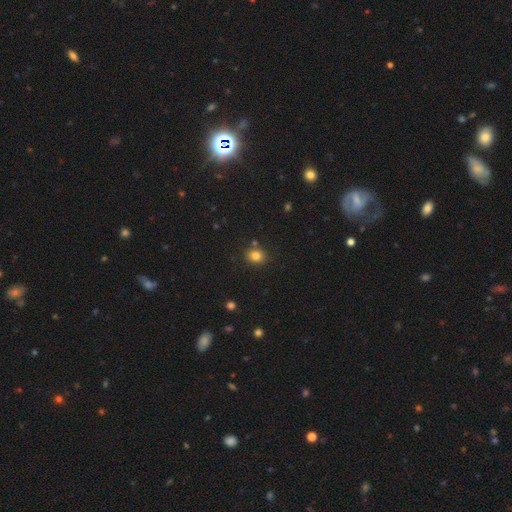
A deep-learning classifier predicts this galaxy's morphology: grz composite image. It shows a smooth galaxy with no disk features (81%) that is round (71%). Merging: none (81%).